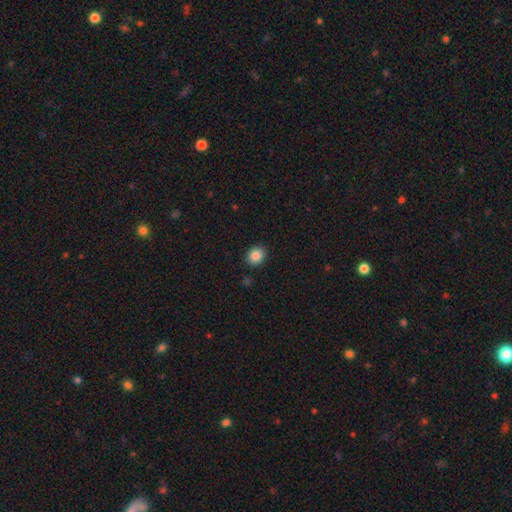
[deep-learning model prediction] A smooth galaxy with no disk features (86%) that is round (63%).

Vote fractions:
- Smooth or featured? smooth: 86% / star or artifact: 10% / featured or disk: 4%
- How rounded? round: 63% / in between: 37% / cigar-shaped: 1%
- Merging? none: 90% / minor disturbance: 7% / major disturbance: 2% / merger: 1%